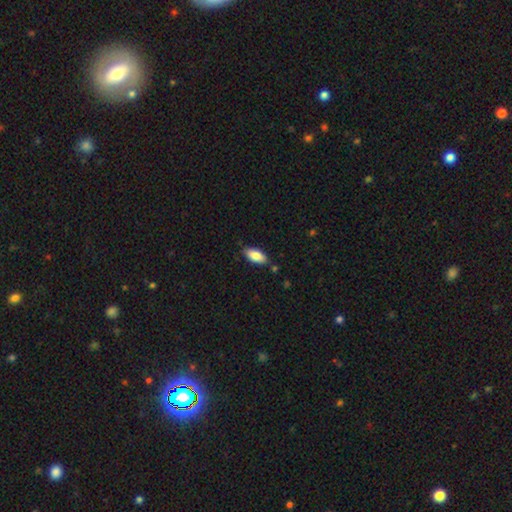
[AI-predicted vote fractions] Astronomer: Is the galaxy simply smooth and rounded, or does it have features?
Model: smooth — 84%.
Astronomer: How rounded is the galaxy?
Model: in between — 89%.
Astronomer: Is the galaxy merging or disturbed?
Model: none — 83%.